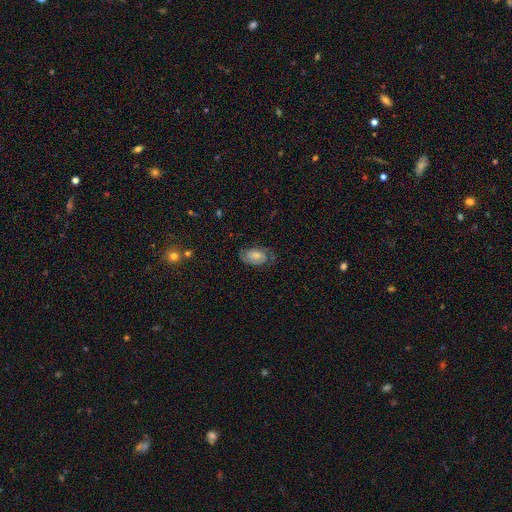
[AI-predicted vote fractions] Smooth or featured? Predicted: featured or disk (p=0.56). Edge-on disk? Predicted: no (p=0.96). Bar? Predicted: no (p=0.62). Spiral arms? Predicted: yes (p=0.86). Bulge size? Predicted: moderate (p=0.35). Merging? Predicted: none (p=0.67).